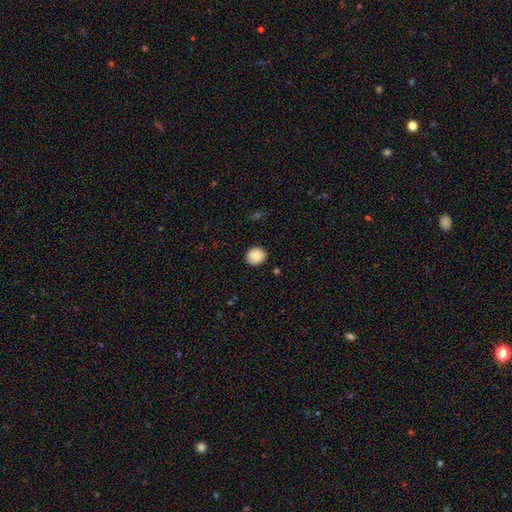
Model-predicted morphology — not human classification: A smooth galaxy with no disk features (86%) that is round (80%). Merging: none (87%).